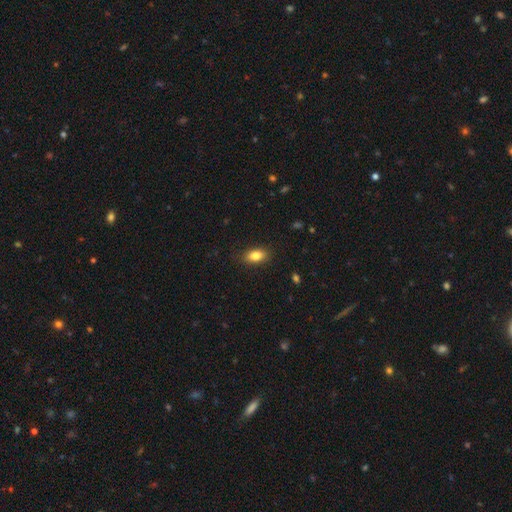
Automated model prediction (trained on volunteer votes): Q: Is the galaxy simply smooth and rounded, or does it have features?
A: smooth — 84%.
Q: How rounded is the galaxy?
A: in between — 88%.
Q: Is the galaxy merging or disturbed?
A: none — 87%.